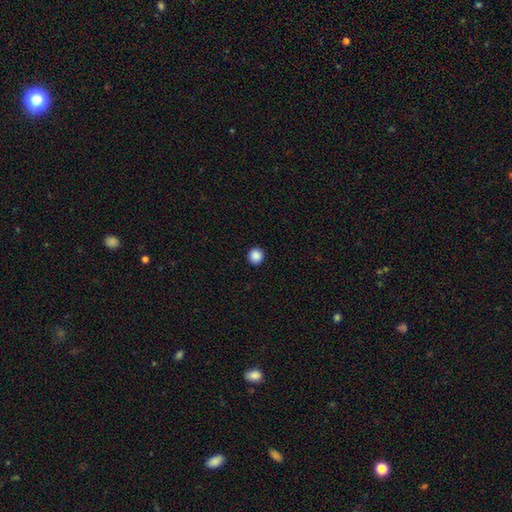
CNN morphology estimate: A smooth galaxy with no disk features (88%) that is round (96%).

Vote fractions:
- Smooth or featured? smooth: 88% / star or artifact: 10% / featured or disk: 2%
- How rounded? round: 96% / in between: 4% / cigar-shaped: 1%
- Merging? none: 94% / minor disturbance: 4% / major disturbance: 1% / merger: 1%